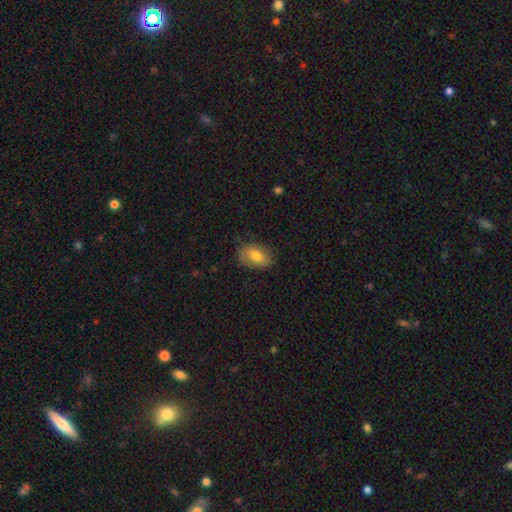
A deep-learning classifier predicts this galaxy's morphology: Smooth or featured? smooth (71%)
How rounded? in between (85%)
Merging? none (73%)